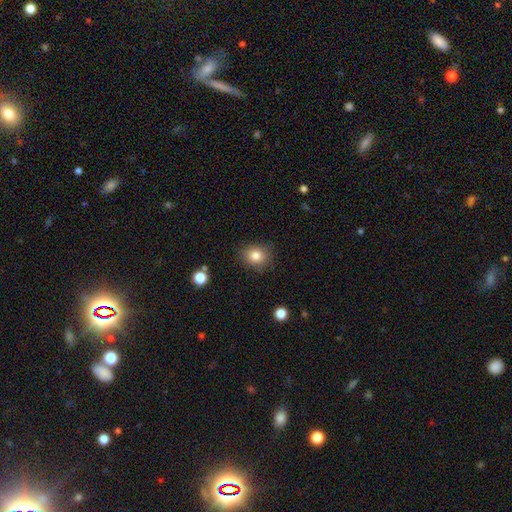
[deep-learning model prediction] Smooth or featured: smooth — 82% (star or artifact — 11%)
How rounded: round — 70% (in between — 29%)
Merging: none — 85% (minor disturbance — 11%)